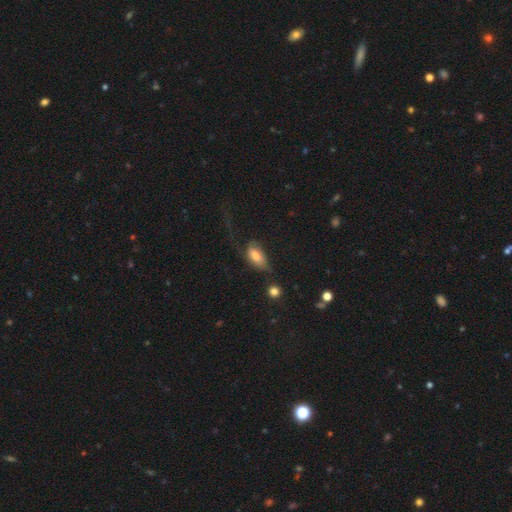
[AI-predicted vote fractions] Smooth or featured?
  - smooth: 68% *
  - featured or disk: 24%
  - star or artifact: 8%
How rounded?
  - in between: 89% *
  - cigar-shaped: 7%
  - round: 4%
Merging?
  - major disturbance: 40% *
  - none: 32%
  - minor disturbance: 23%
  - merger: 5%